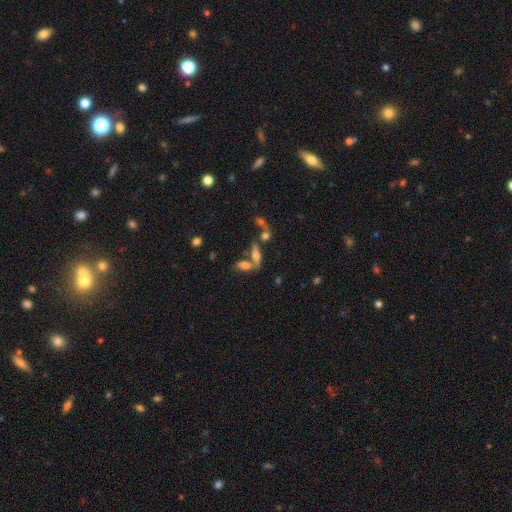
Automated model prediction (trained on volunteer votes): This is possibly a smooth galaxy (54%). How rounded: likely in between (61%). Merging: marginally none (41%, tied with merger).